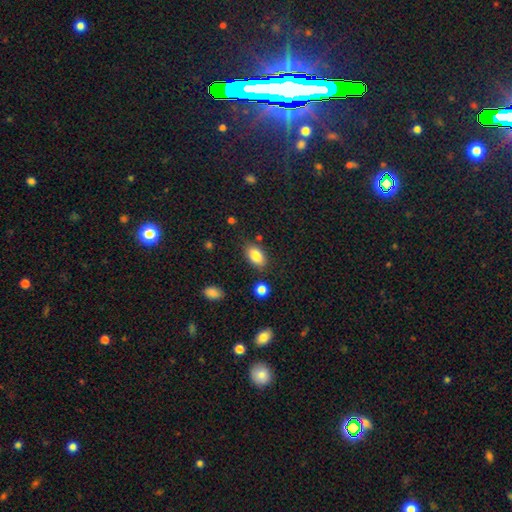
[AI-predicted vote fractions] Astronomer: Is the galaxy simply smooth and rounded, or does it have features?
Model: smooth — 85%.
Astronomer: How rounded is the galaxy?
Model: in between — 90%.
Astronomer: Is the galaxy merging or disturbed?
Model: none — 78%.